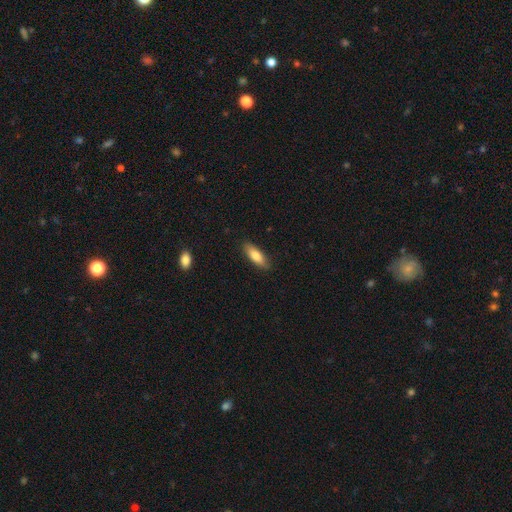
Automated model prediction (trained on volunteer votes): Overall: smooth (80%). How rounded: in between (59%; cigar-shaped 39%). Merging: none (86%).